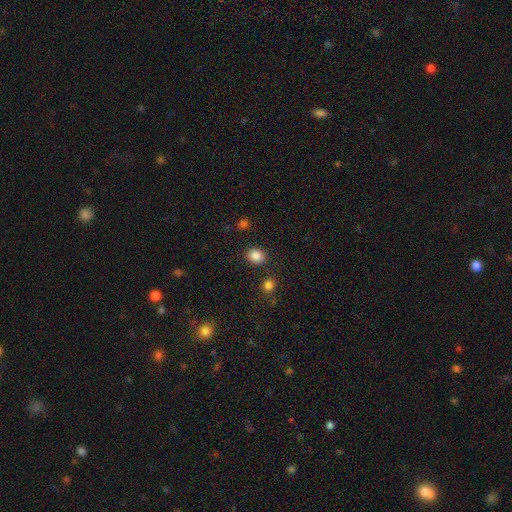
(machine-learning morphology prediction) Overall: smooth (86%). How rounded: round (62%; in between 38%). Merging: none (86%).